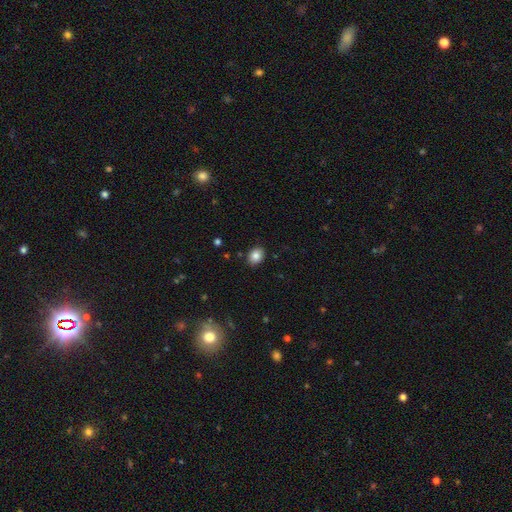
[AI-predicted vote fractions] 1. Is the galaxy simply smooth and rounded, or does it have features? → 85% smooth, 9% star or artifact, 6% featured or disk.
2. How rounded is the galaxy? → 59% in between, 40% round, 1% cigar-shaped.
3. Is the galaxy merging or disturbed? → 88% none, 8% minor disturbance, 2% major disturbance, 1% merger.